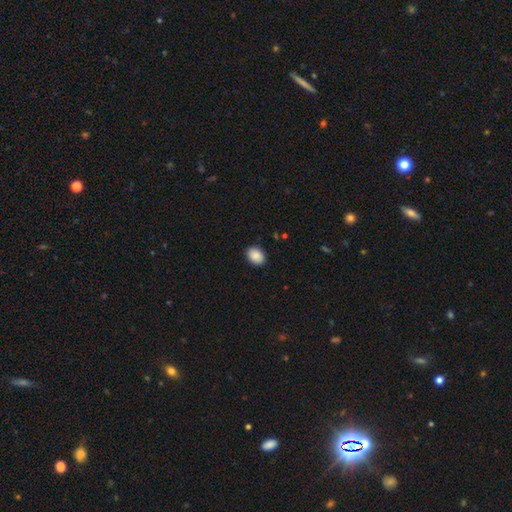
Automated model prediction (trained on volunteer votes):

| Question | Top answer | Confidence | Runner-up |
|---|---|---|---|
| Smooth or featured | smooth | 89% | star or artifact (7%) |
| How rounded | in between | 72% | round (27%) |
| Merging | none | 90% | minor disturbance (8%) |